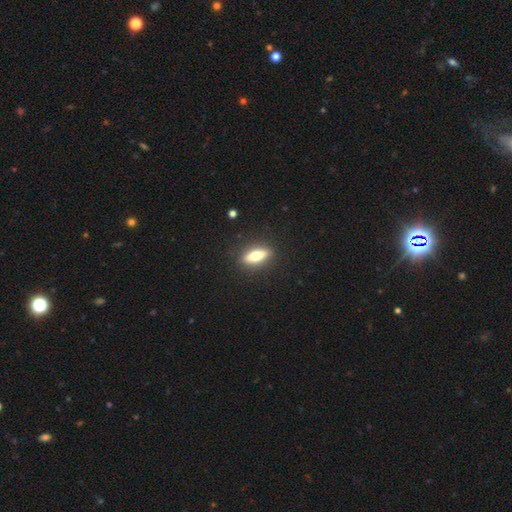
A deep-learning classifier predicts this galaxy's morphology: type=smooth (58%); roundness=in between (56%); merging=none (88%).